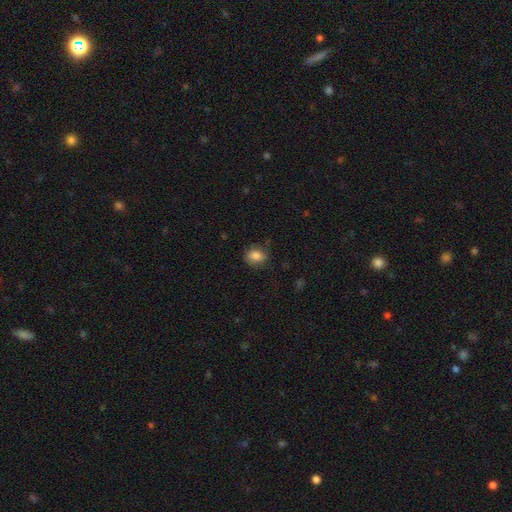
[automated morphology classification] Smooth or featured? Predicted: smooth (p=0.84). How rounded? Predicted: in between (p=0.55). Merging? Predicted: none (p=0.78).